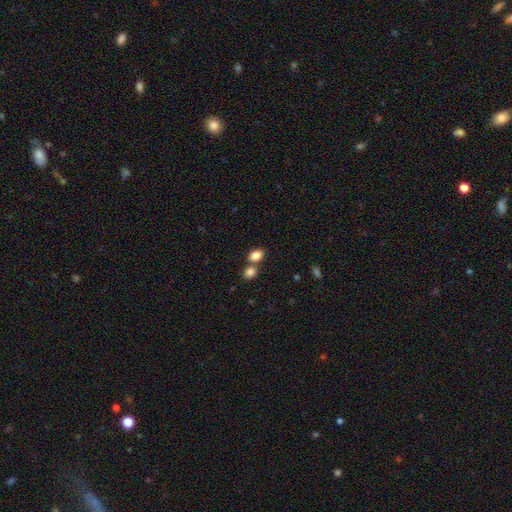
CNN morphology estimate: type=smooth (85%); roundness=in between (78%); merging=none (49%).